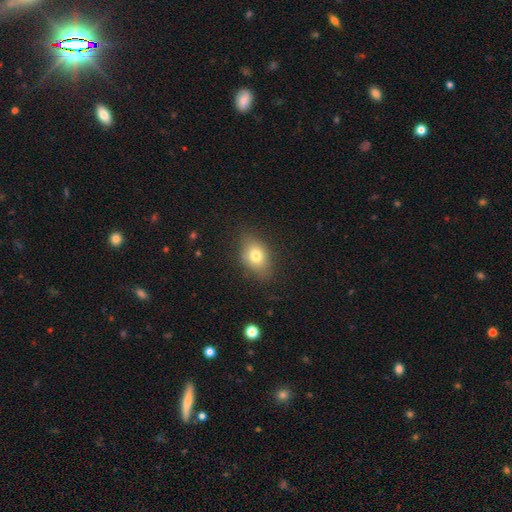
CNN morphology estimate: type=smooth (75%); roundness=in between (75%); merging=none (76%).